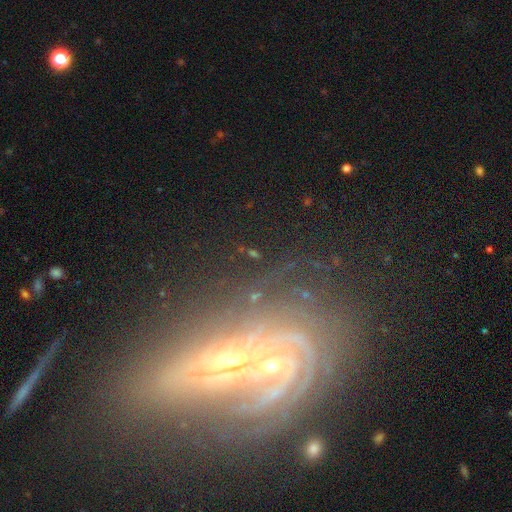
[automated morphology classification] featured or disk 73%, star or artifact 16%, smooth 10%. Down the decision tree: edge-on disk — no (91%); bar — no (60%); spiral arms — yes (93%); spiral arm count — can't tell (26%); spiral winding — tight (72%); bulge size — small (66%); merging — none (60%).